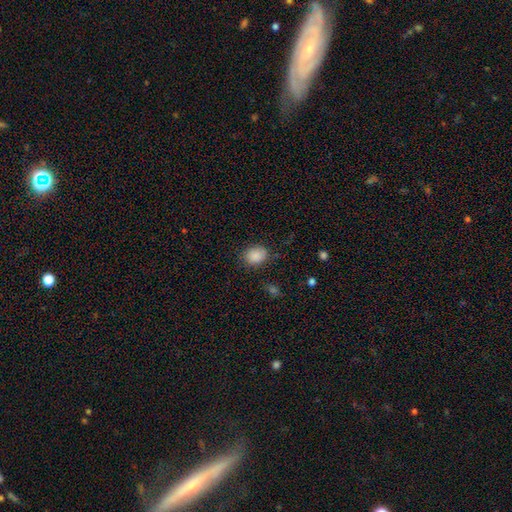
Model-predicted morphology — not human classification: Q: Smooth or featured?
A: smooth (87%); runner-up: star or artifact (8%)
Q: How rounded?
A: in between (53%); runner-up: round (46%)
Q: Merging?
A: none (79%); runner-up: minor disturbance (15%)